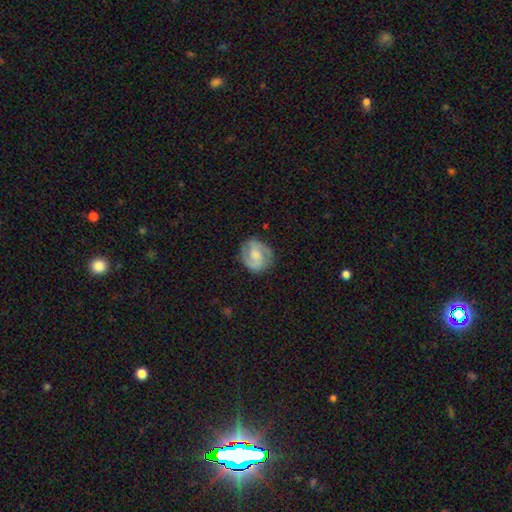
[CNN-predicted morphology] smooth_or_featured: featured or disk (p=0.69) [alt: smooth p=0.24]
disk_edge_on: no (p=0.98) [alt: yes p=0.02]
bar: no (p=0.49) [alt: weak p=0.42]
has_spiral_arms: yes (p=0.91) [alt: no p=0.09]
spiral_winding: medium (p=0.47) [alt: tight p=0.37]
spiral_arm_count: 2 (p=0.77) [alt: can't tell p=0.10]
bulge_size: moderate (p=0.40) [alt: small p=0.25]
merging: none (p=0.78) [alt: minor disturbance p=0.15]